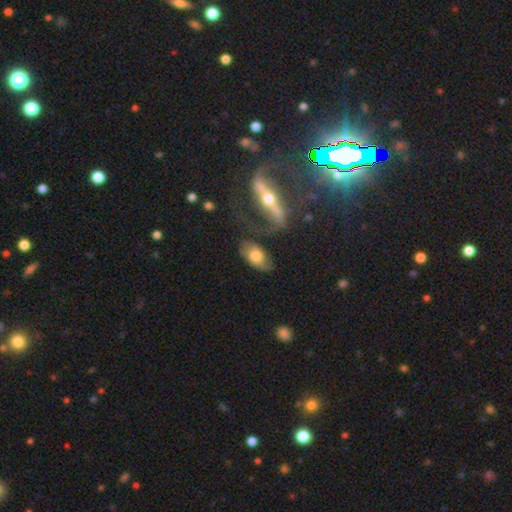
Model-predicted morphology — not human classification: A featured or disk galaxy (47%). Merging: none (54%).